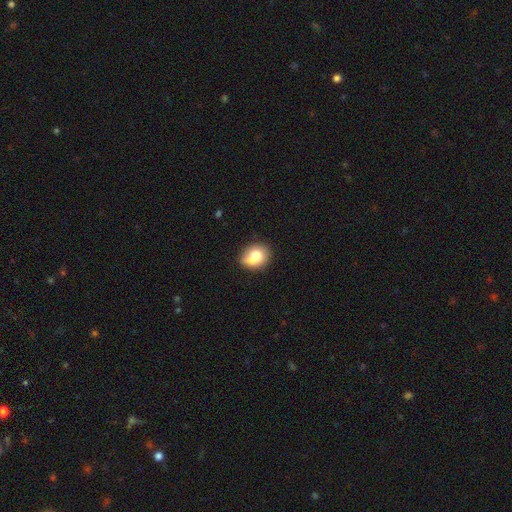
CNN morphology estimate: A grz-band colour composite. It shows a smooth galaxy with no disk features (73%) that is round (59%). Merging: none (56%).